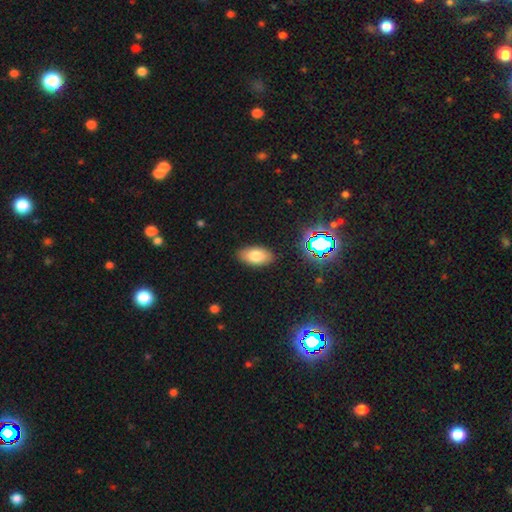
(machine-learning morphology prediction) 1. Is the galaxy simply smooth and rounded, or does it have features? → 77% smooth, 12% featured or disk, 11% star or artifact.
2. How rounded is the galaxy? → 93% in between, 4% round, 3% cigar-shaped.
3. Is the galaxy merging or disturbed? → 88% none, 9% minor disturbance, 2% major disturbance, 1% merger.